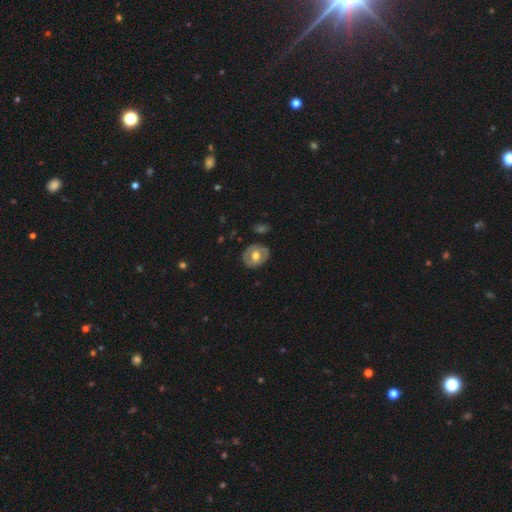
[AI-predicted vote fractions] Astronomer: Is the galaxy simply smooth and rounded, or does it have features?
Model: featured or disk — 51% (runner-up: smooth, 43%).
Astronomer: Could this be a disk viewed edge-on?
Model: no — 94%.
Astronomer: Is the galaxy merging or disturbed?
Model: none — 82%.